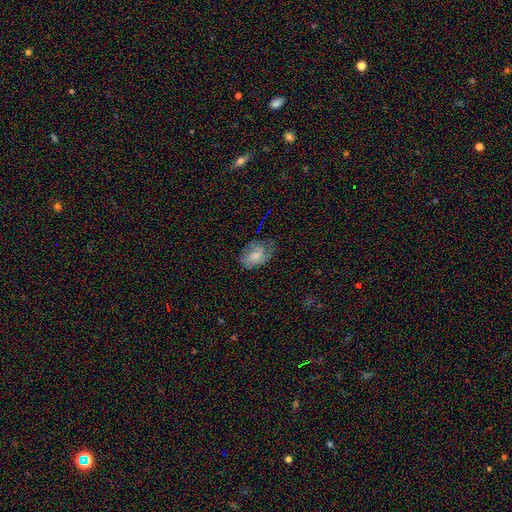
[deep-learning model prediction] Smooth or featured? smooth (53%)
How rounded? in between (79%)
Merging? none (43%)